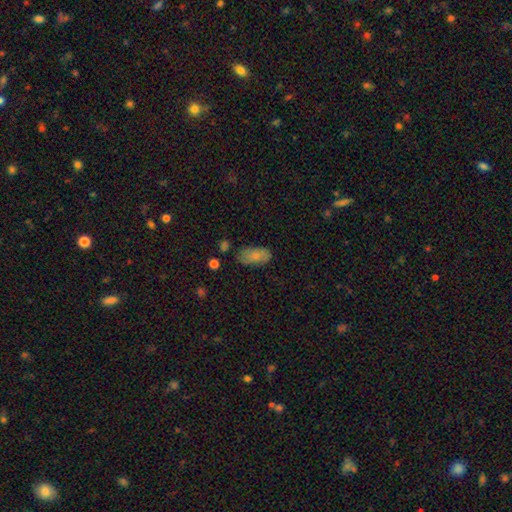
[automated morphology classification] Smooth or featured: smooth — 80% (featured or disk — 12%)
How rounded: in between — 92% (cigar-shaped — 4%)
Merging: none — 74% (minor disturbance — 19%)